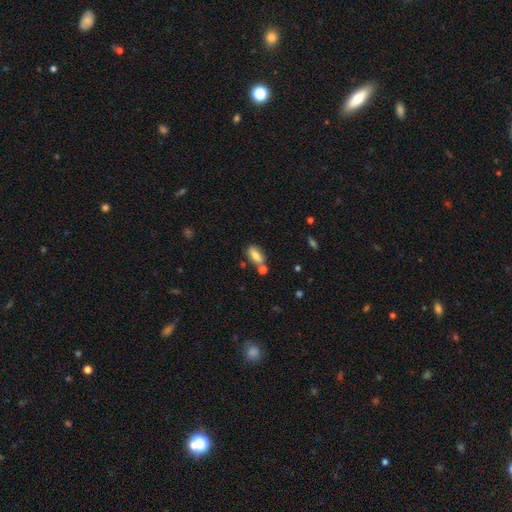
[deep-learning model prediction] smooth_or_featured: smooth (p=0.78) [alt: featured or disk p=0.14]
how_rounded: in between (p=0.78) [alt: cigar-shaped p=0.18]
merging: none (p=0.65) [alt: merger p=0.17]